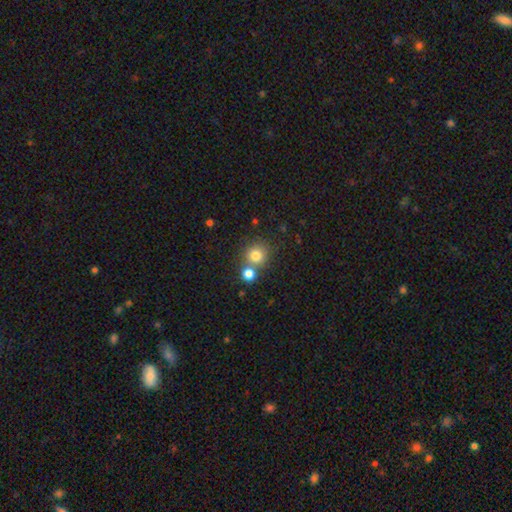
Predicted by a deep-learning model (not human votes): Smooth or featured?
  - smooth: 80% *
  - star or artifact: 12%
  - featured or disk: 8%
How rounded?
  - round: 89% *
  - in between: 10%
  - cigar-shaped: 1%
Merging?
  - none: 57% *
  - merger: 33%
  - minor disturbance: 7%
  - major disturbance: 3%